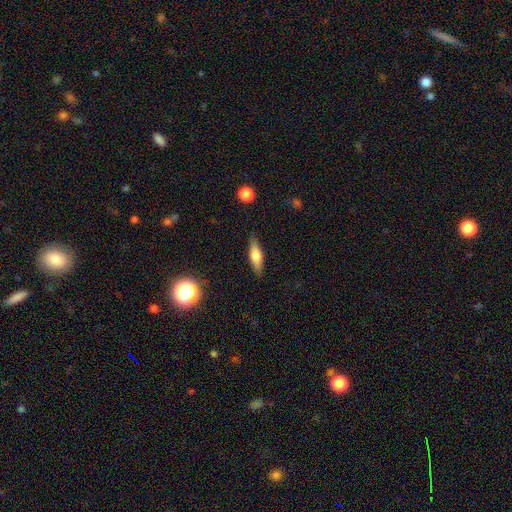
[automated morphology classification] The model was most divided on "how rounded": cigar-shaped: 57%, in between: 40%, round: 3%. More confident: merging — none (87%); smooth or featured — smooth (63%).